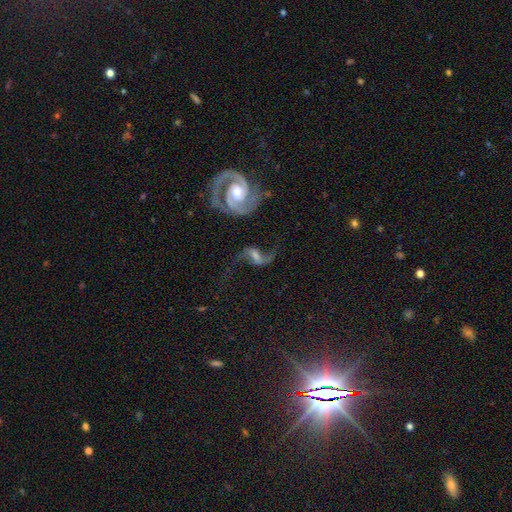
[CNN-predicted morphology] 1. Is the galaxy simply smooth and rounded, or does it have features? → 84% featured or disk, 9% smooth, 8% star or artifact.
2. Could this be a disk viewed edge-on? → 96% no, 4% yes.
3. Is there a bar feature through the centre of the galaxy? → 47% weak, 28% no, 26% strong.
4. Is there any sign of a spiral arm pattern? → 95% yes, 5% no.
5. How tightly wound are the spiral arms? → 69% loose, 24% medium, 7% tight.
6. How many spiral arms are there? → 91% 2, 4% 1, 3% can't tell, 1% 3, 1% 4, 1% more than 4.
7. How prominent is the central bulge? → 44% moderate, 35% small, 12% none, 7% large, 2% dominant.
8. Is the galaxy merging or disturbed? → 48% none, 22% major disturbance, 18% minor disturbance, 12% merger.